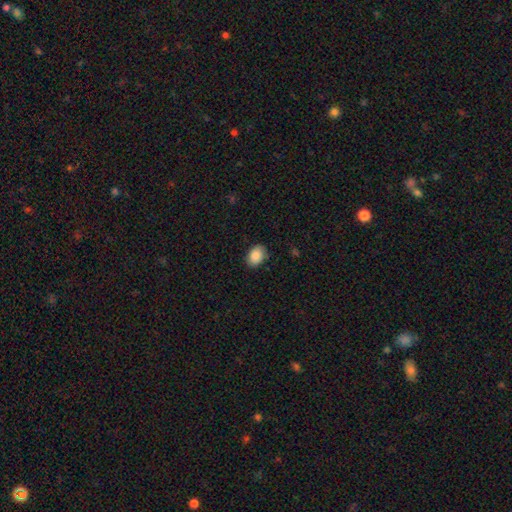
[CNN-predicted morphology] smooth_or_featured: smooth (p=0.88) [alt: star or artifact p=0.07]
how_rounded: in between (p=0.74) [alt: round p=0.25]
merging: none (p=0.85) [alt: minor disturbance p=0.12]